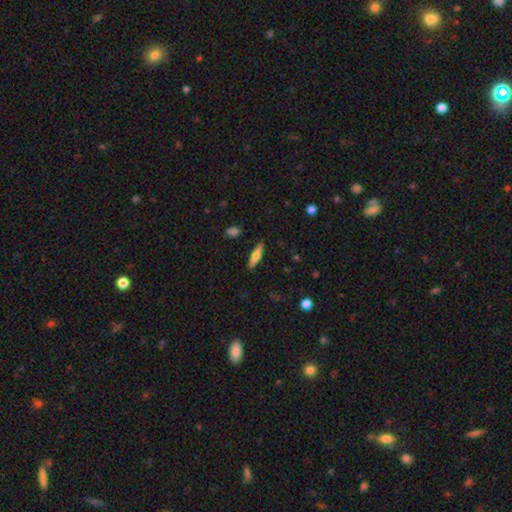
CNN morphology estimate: A smooth galaxy with no disk features (57%) that is cigar-shaped (71%). Merging: none (88%).